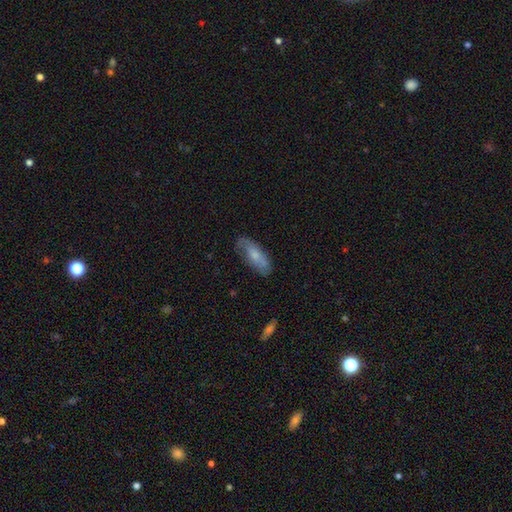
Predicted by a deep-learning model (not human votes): smooth 62%, featured or disk 32%, star or artifact 6%. Down the decision tree: how rounded — in between (68%); merging — none (70%).